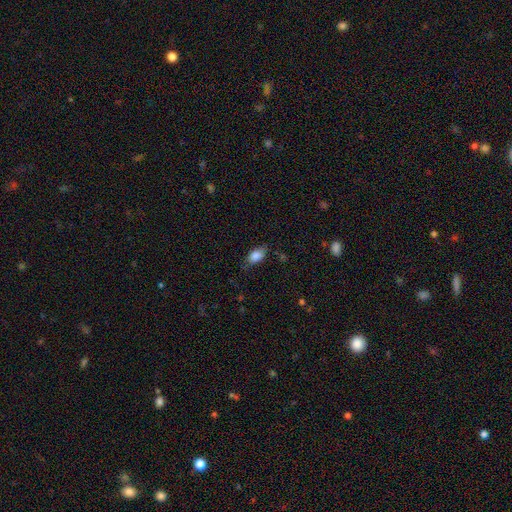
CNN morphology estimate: Overall: smooth (85%). How rounded: in between (89%). Merging: none (73%).